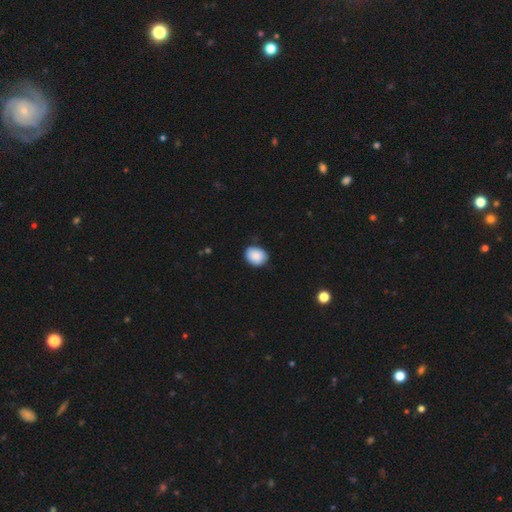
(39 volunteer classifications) Smooth or featured? smooth (92%)
How rounded? in between (56%)
Merging? none (68%)